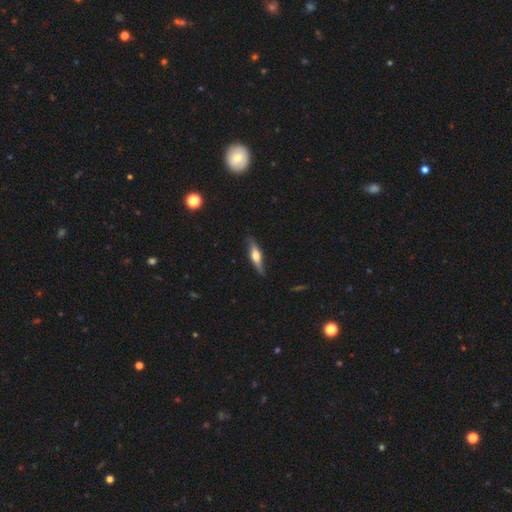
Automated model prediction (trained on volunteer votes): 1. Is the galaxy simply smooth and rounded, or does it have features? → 58% featured or disk, 36% smooth, 5% star or artifact.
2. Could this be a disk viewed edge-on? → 91% yes, 9% no.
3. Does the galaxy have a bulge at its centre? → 91% rounded, 6% boxy, 3% none.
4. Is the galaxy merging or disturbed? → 83% none, 13% minor disturbance, 2% major disturbance, 1% merger.